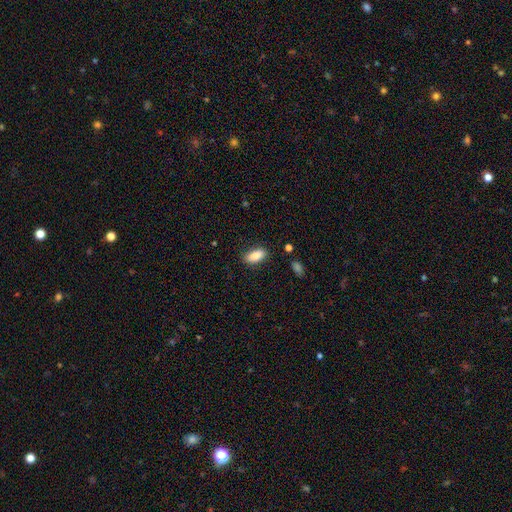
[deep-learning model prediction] Q: Smooth or featured?
A: smooth (87%); runner-up: star or artifact (7%)
Q: How rounded?
A: in between (86%); runner-up: cigar-shaped (11%)
Q: Merging?
A: none (85%); runner-up: minor disturbance (11%)